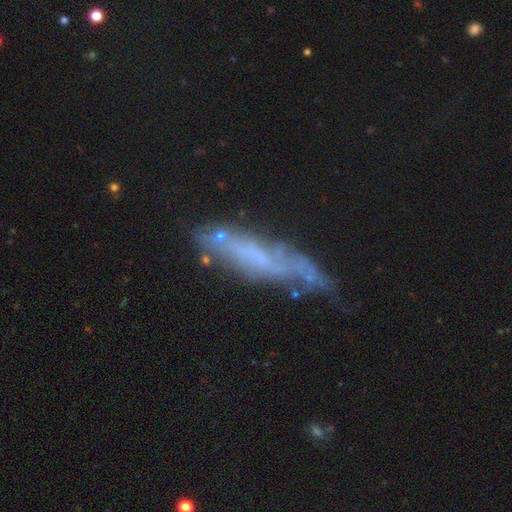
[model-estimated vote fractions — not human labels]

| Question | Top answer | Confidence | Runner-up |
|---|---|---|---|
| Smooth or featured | featured or disk | 58% | smooth (31%) |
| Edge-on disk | no | 58% | yes (42%) |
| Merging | none | 51% | minor disturbance (26%) |